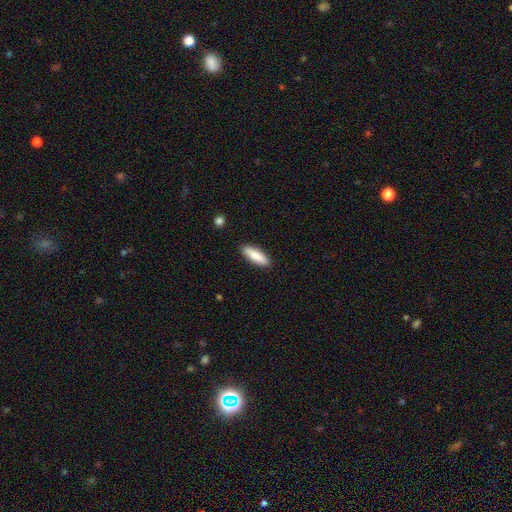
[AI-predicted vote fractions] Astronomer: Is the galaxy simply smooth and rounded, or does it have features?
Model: smooth — 83%.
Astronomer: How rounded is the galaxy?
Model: cigar-shaped — 53% (runner-up: in between, 45%).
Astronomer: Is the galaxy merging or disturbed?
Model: none — 90%.